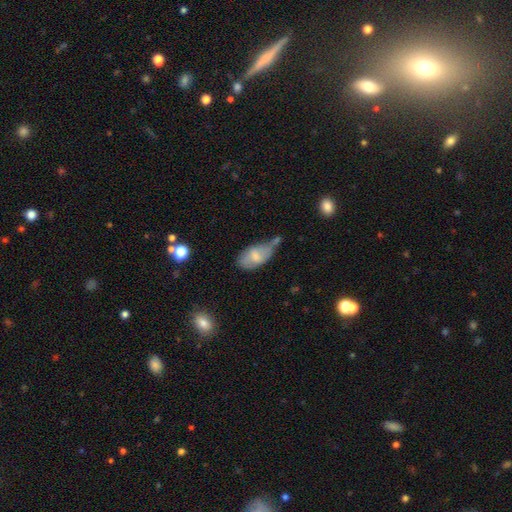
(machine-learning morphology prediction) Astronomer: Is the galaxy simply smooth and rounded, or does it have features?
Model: smooth — 67%.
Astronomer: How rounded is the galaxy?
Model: in between — 92%.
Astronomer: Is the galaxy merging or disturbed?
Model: minor disturbance — 34% (runner-up: none, 30%).